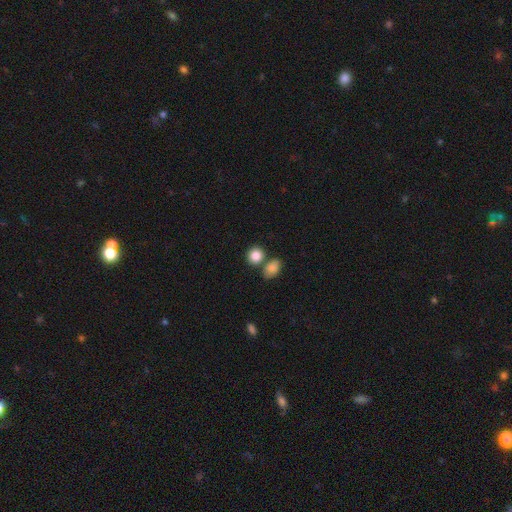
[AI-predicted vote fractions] Smooth or featured? smooth (86%)
How rounded? round (72%)
Merging? none (59%)